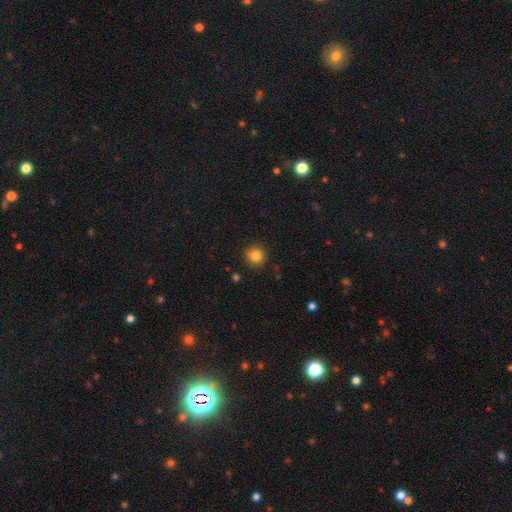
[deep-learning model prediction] Smooth or featured? smooth (83%)
How rounded? round (93%)
Merging? none (90%)